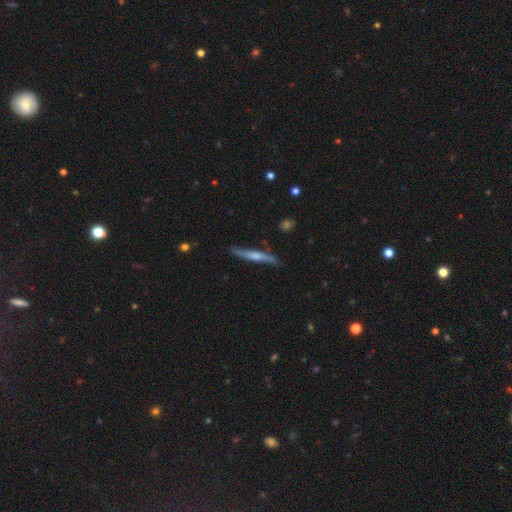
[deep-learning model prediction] This appears to be a featured or disk galaxy (54%) viewed edge-on (94%) with a rounded central bulge (63%). Merging: none (82%).